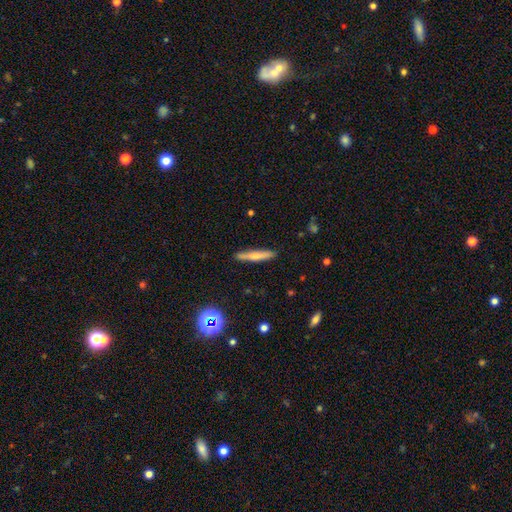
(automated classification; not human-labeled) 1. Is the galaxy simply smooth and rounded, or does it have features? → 62% smooth, 31% featured or disk, 7% star or artifact.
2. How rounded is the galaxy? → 91% cigar-shaped, 7% in between, 2% round.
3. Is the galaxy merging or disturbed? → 87% none, 9% minor disturbance, 2% major disturbance, 2% merger.